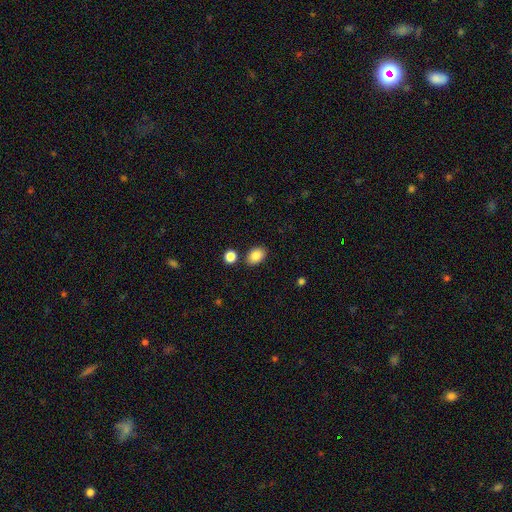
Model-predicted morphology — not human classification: The model was most divided on "how rounded": in between: 80%, round: 19%, cigar-shaped: 1%. More confident: smooth or featured — smooth (86%); merging — none (81%).